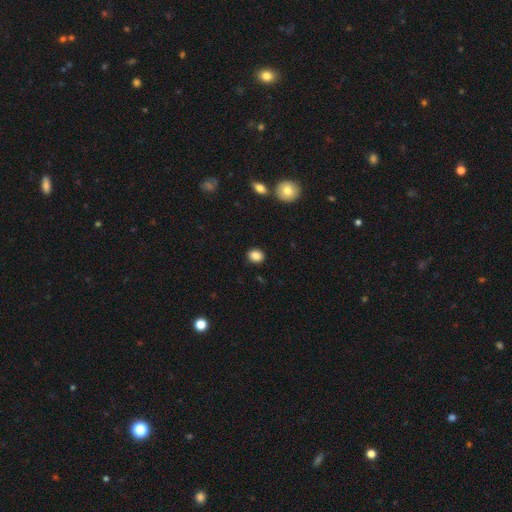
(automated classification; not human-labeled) Q: Smooth or featured?
A: smooth (86%); runner-up: star or artifact (10%)
Q: How rounded?
A: round (62%); runner-up: in between (36%)
Q: Merging?
A: none (90%); runner-up: minor disturbance (7%)